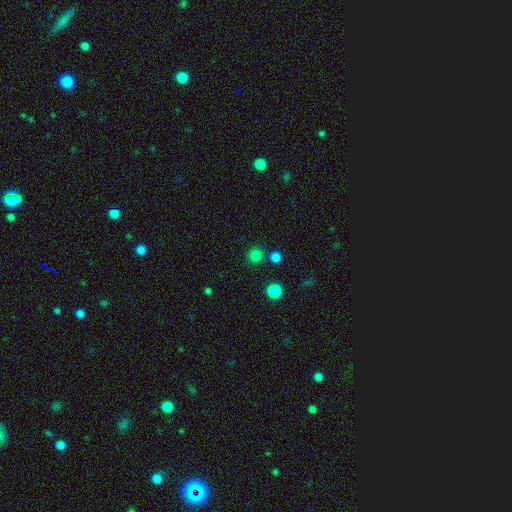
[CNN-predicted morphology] Overall: smooth (79%). How rounded: round (94%). Merging: none (82%).